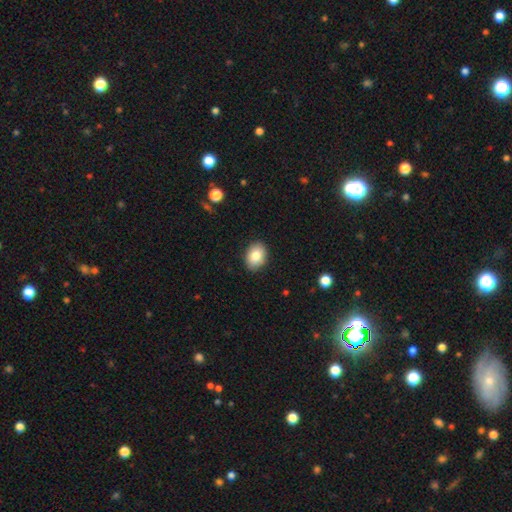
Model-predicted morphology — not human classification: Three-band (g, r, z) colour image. It shows a smooth galaxy with no disk features (84%) that is in between round and cigar-shaped (77%). Merging: none (89%).